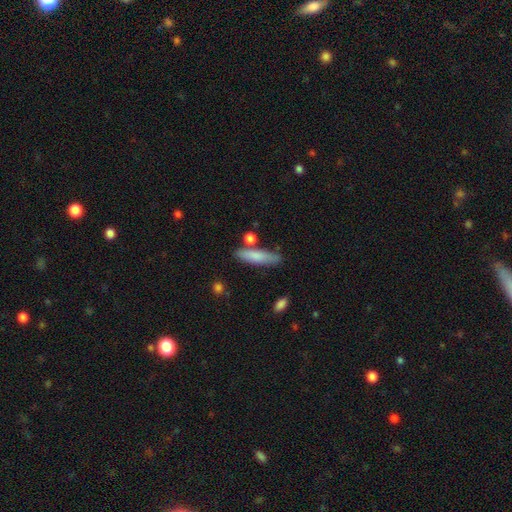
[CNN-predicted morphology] This is likely a smooth galaxy (77%). How rounded: likely cigar-shaped (74%). Merging: likely none (75%).